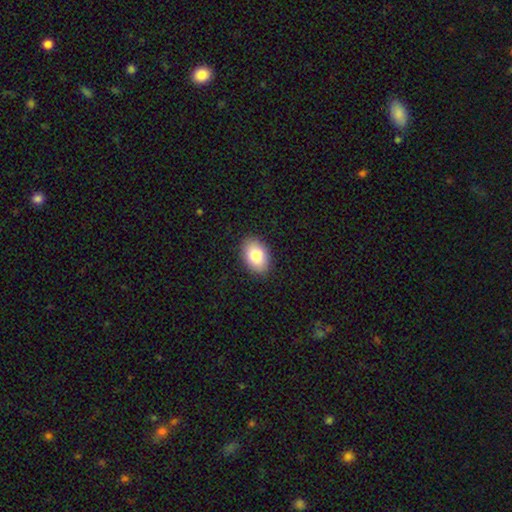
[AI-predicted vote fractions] Smooth or featured: smooth — 82% (featured or disk — 11%)
How rounded: in between — 88% (round — 11%)
Merging: none — 89% (minor disturbance — 8%)